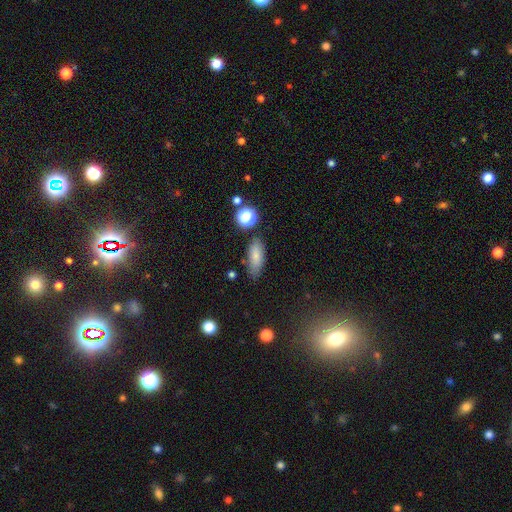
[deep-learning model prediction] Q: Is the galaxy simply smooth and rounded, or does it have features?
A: smooth — 77%.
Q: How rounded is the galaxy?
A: in between — 74%.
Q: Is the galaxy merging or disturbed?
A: none — 73%.